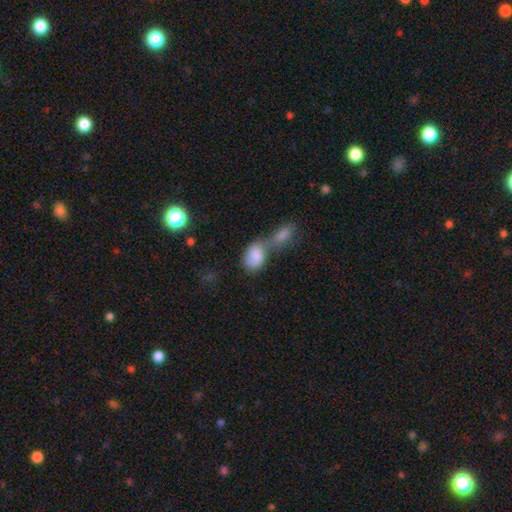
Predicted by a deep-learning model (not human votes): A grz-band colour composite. It shows a smooth galaxy with no disk features (81%) that is in between round and cigar-shaped (84%). Merging: merger (67%).